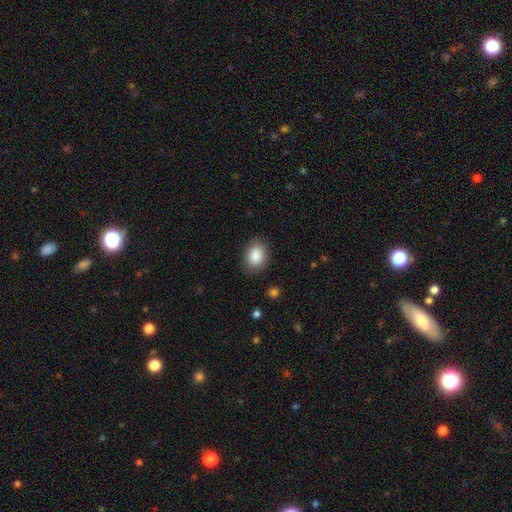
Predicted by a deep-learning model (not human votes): This is clearly a smooth galaxy (87%). How rounded: likely in between (68%). Merging: clearly none (85%).